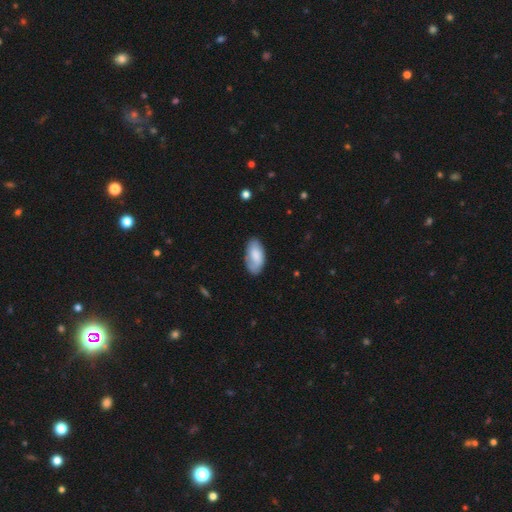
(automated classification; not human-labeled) smooth 74%, featured or disk 20%, star or artifact 6%. Down the decision tree: how rounded — in between (93%); merging — none (74%).